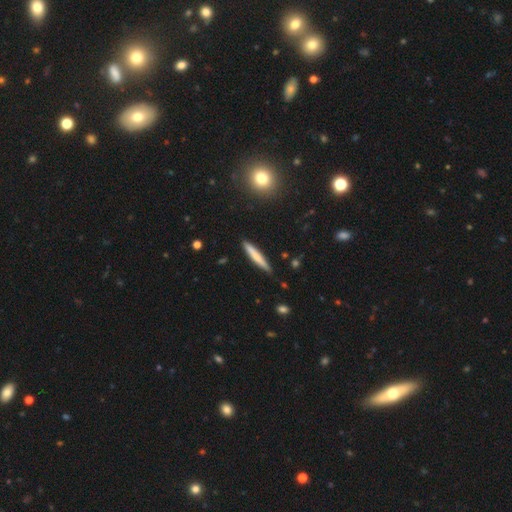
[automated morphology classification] A smooth galaxy with no disk features (67%) that is cigar-shaped (94%). Merging: none (86%).